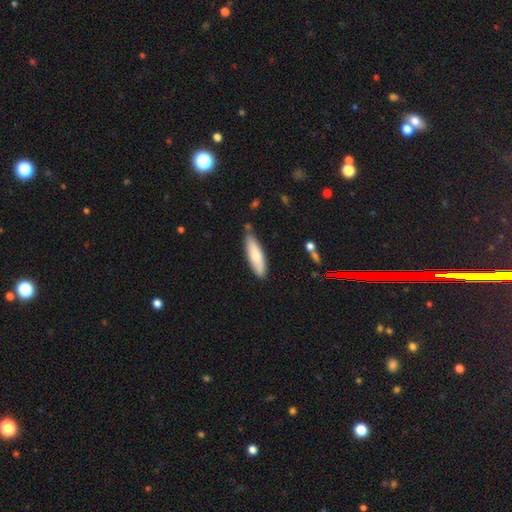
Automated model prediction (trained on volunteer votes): smooth_or_featured: smooth (p=0.80) [alt: featured or disk p=0.15]
how_rounded: cigar-shaped (p=0.64) [alt: in between p=0.35]
merging: none (p=0.79) [alt: minor disturbance p=0.15]